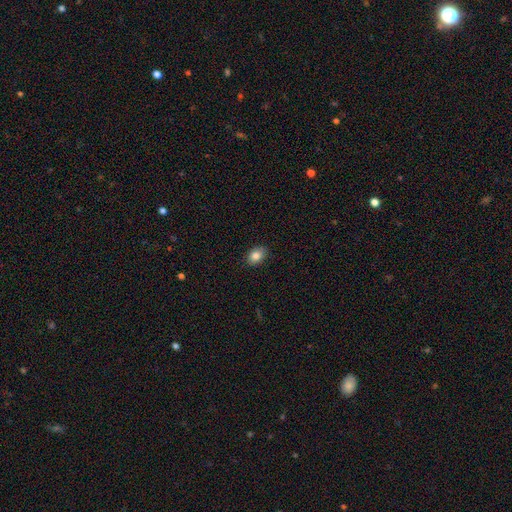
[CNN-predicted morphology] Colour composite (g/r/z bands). It shows a smooth galaxy with no disk features (85%) that is in between round and cigar-shaped (76%). Merging: none (86%).